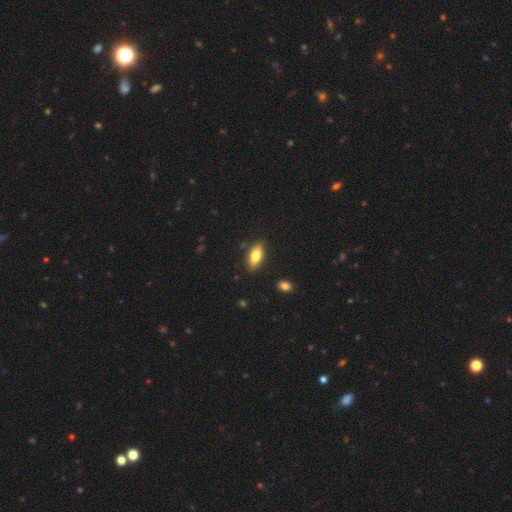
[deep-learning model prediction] Smooth or featured: smooth — 75% (featured or disk — 18%)
How rounded: in between — 80% (cigar-shaped — 17%)
Merging: none — 83% (minor disturbance — 12%)